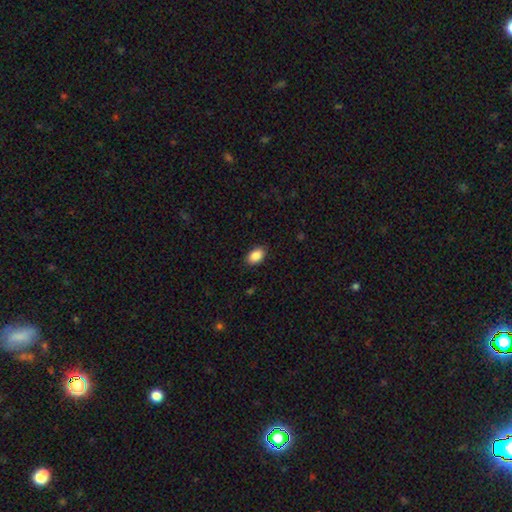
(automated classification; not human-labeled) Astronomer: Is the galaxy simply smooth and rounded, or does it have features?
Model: smooth — 88%.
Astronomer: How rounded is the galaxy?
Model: in between — 89%.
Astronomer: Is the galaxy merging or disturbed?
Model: none — 88%.